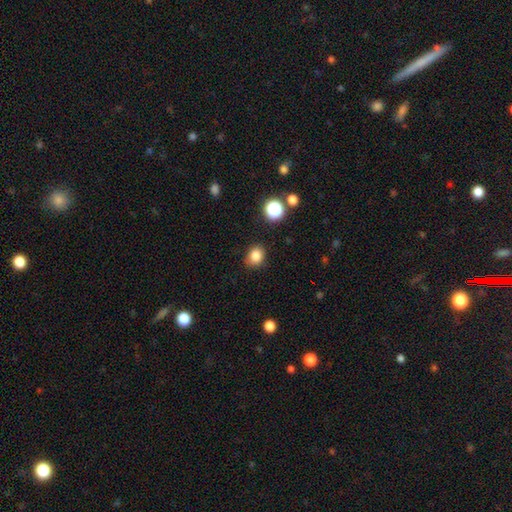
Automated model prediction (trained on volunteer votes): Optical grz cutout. It shows a smooth galaxy with no disk features (83%) that is round (62%). Merging: none (86%).